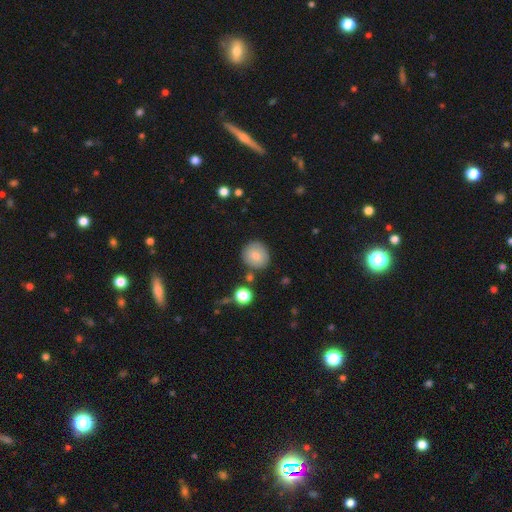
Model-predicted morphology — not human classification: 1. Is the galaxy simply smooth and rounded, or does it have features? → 79% smooth, 12% featured or disk, 9% star or artifact.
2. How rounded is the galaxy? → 90% round, 9% in between, 1% cigar-shaped.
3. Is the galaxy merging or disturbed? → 83% none, 9% minor disturbance, 5% merger, 3% major disturbance.